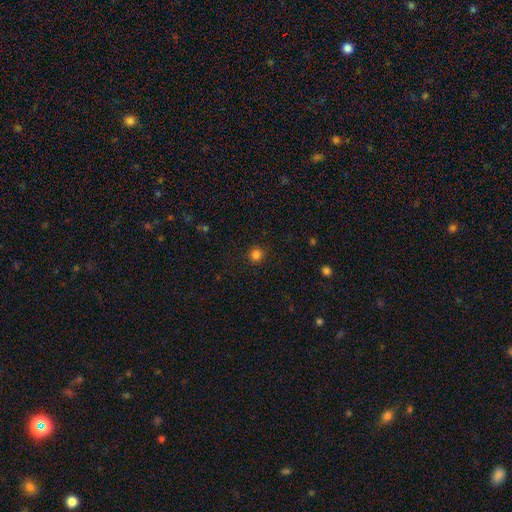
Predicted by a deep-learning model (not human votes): This appears to be a smooth galaxy with no disk features (83%) that is round (94%). Merging: none (91%).